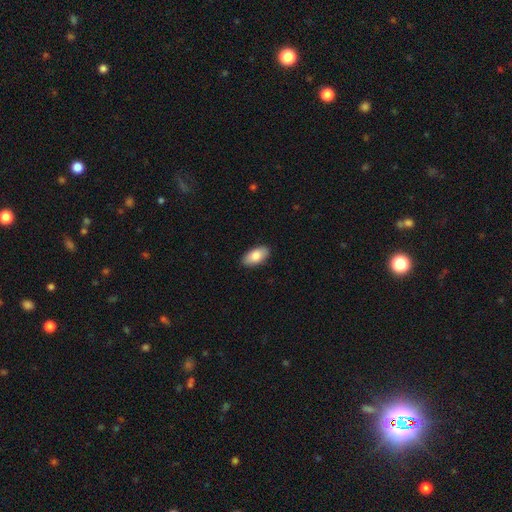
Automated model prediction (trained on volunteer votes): This appears to be a smooth galaxy with no disk features (84%) that is in between round and cigar-shaped (94%). Merging: none (89%).